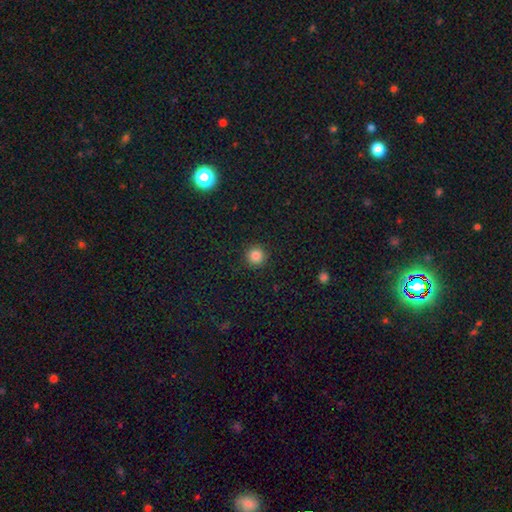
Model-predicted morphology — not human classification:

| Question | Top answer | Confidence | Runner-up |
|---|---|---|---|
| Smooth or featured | smooth | 85% | star or artifact (11%) |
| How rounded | round | 95% | in between (4%) |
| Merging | none | 91% | minor disturbance (6%) |